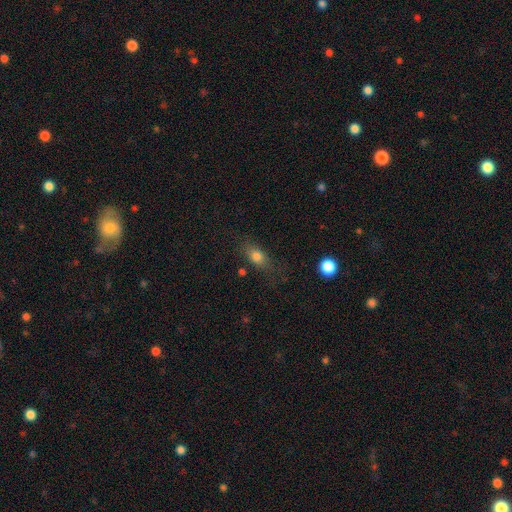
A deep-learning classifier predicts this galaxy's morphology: Smooth or featured?
  - smooth: 76% *
  - featured or disk: 13%
  - star or artifact: 11%
How rounded?
  - in between: 73% *
  - round: 16%
  - cigar-shaped: 11%
Merging?
  - none: 67% *
  - minor disturbance: 20%
  - major disturbance: 10%
  - merger: 3%